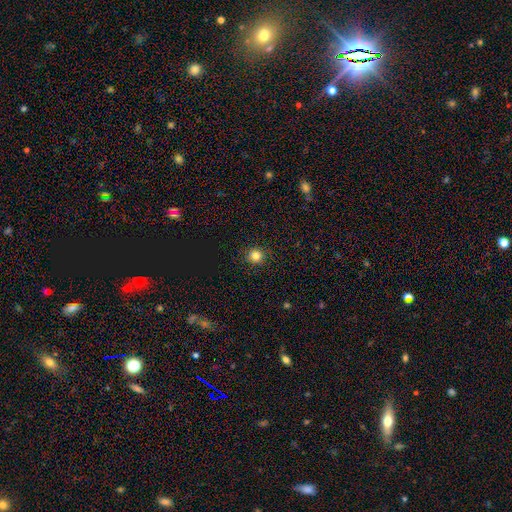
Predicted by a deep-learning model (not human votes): Smooth or featured? Predicted: smooth (p=0.82). How rounded? Predicted: round (p=0.93). Merging? Predicted: none (p=0.91).